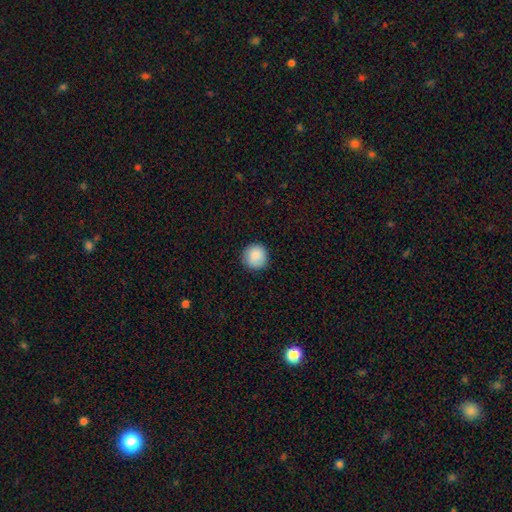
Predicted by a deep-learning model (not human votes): Smooth or featured? smooth (88%)
How rounded? round (95%)
Merging? none (88%)